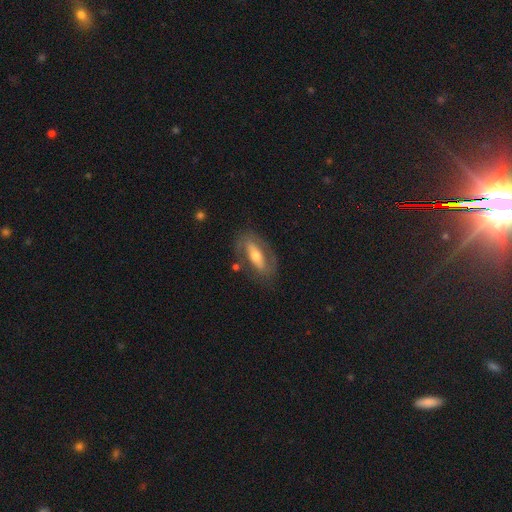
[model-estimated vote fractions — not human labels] The model was most divided on "spiral arms": yes: 54%, no: 46%. Remaining: edge-on disk — no (79%); merging — none (73%); smooth or featured — featured or disk (65%); bulge size — moderate (61%); bar — strong (48%).